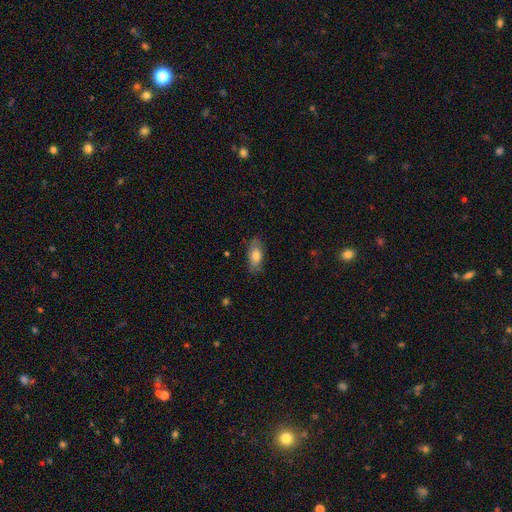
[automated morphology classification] This is likely a smooth galaxy (75%). How rounded: clearly in between (86%). Merging: clearly none (80%).